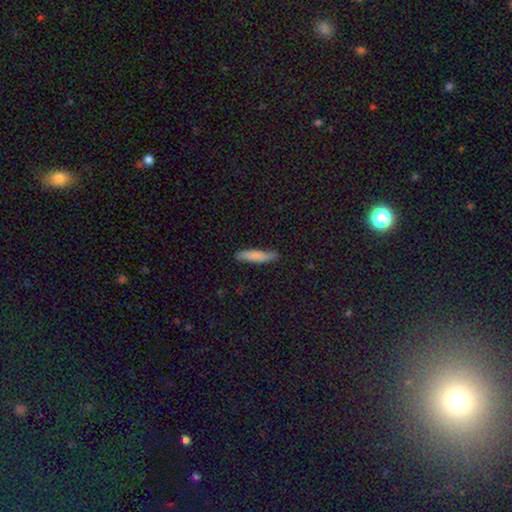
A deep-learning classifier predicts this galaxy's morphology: smooth_or_featured: smooth (p=0.78) [alt: featured or disk p=0.16]
how_rounded: cigar-shaped (p=0.83) [alt: in between p=0.16]
merging: none (p=0.79) [alt: minor disturbance p=0.16]